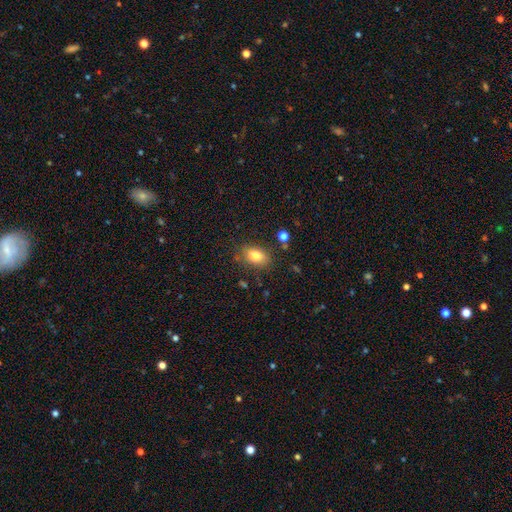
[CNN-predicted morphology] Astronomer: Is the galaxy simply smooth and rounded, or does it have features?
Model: smooth — 81%.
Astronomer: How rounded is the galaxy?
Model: in between — 86%.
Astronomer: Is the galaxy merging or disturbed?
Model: none — 80%.